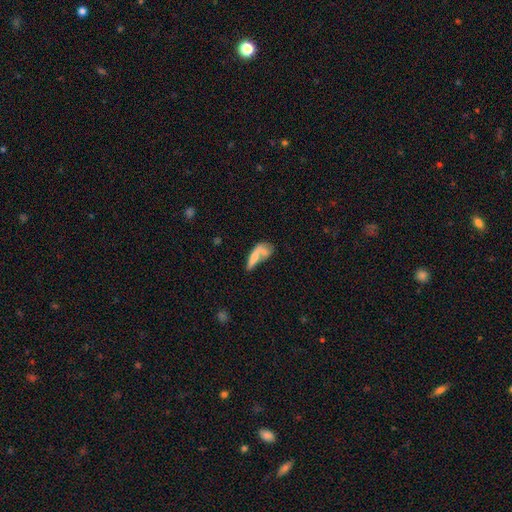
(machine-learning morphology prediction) smooth_or_featured: smooth (p=0.60) [alt: featured or disk p=0.31]
how_rounded: in between (p=0.49) [alt: cigar-shaped p=0.46]
merging: merger (p=0.49) [alt: none p=0.24]